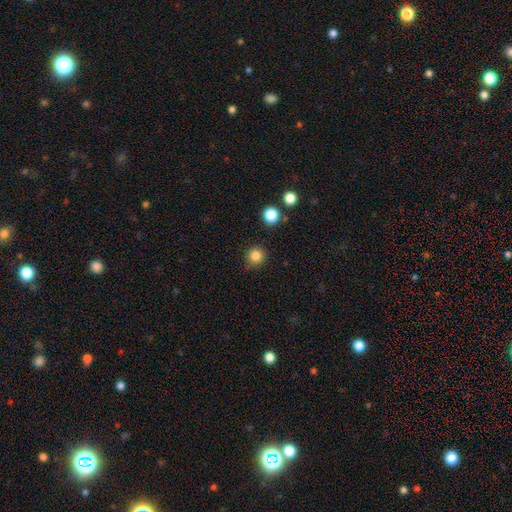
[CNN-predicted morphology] A smooth galaxy with no disk features (84%) that is round (94%).

Vote fractions:
- Smooth or featured? smooth: 84% / star or artifact: 12% / featured or disk: 5%
- How rounded? round: 94% / in between: 5% / cigar-shaped: 1%
- Merging? none: 88% / minor disturbance: 8% / major disturbance: 2% / merger: 2%